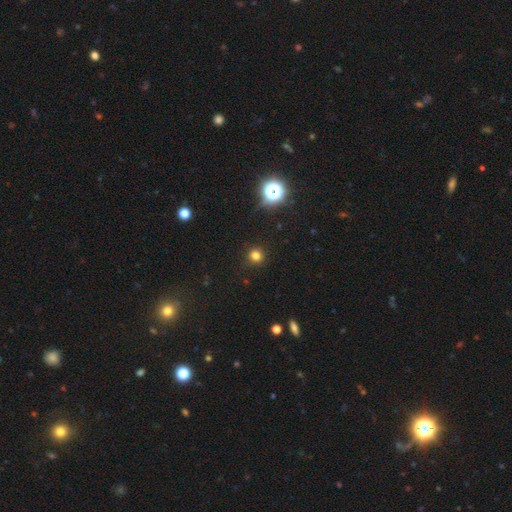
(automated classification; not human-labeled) smooth 77%, star or artifact 18%, featured or disk 5%. Down the decision tree: how rounded — round (94%); merging — none (92%).